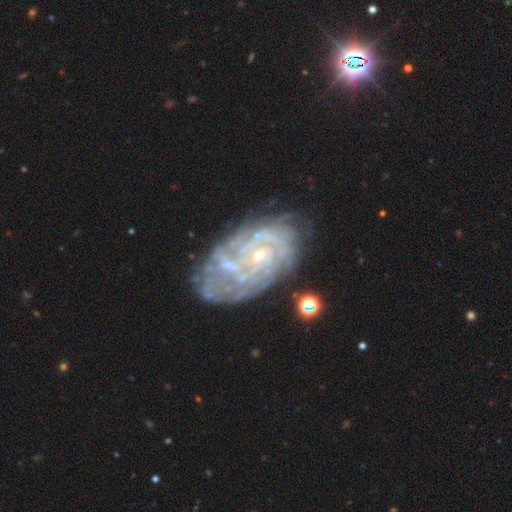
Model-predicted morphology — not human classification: smooth_or_featured: featured or disk (p=0.84) [alt: smooth p=0.08]
disk_edge_on: no (p=0.96) [alt: yes p=0.04]
bar: no (p=0.71) [alt: weak p=0.23]
has_spiral_arms: yes (p=0.92) [alt: no p=0.08]
spiral_winding: tight (p=0.70) [alt: medium p=0.23]
spiral_arm_count: can't tell (p=0.39) [alt: 4 p=0.16]
bulge_size: small (p=0.81) [alt: moderate p=0.13]
merging: none (p=0.69) [alt: minor disturbance p=0.18]